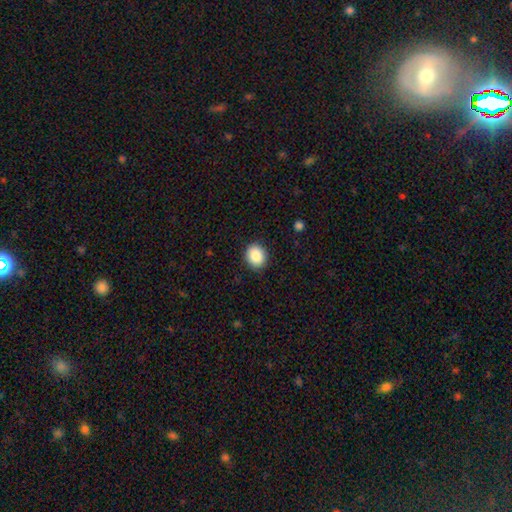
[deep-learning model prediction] smooth 88%, star or artifact 8%, featured or disk 4%. Down the decision tree: how rounded — round (64%); merging — none (89%).